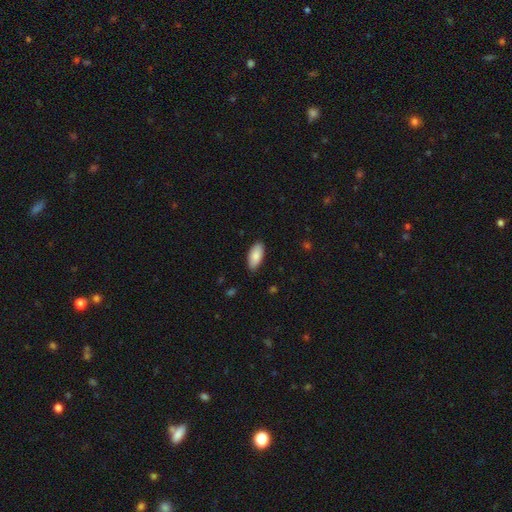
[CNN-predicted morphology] This appears to be a smooth galaxy with no disk features (87%) that is in between round and cigar-shaped (91%). Merging: none (86%).